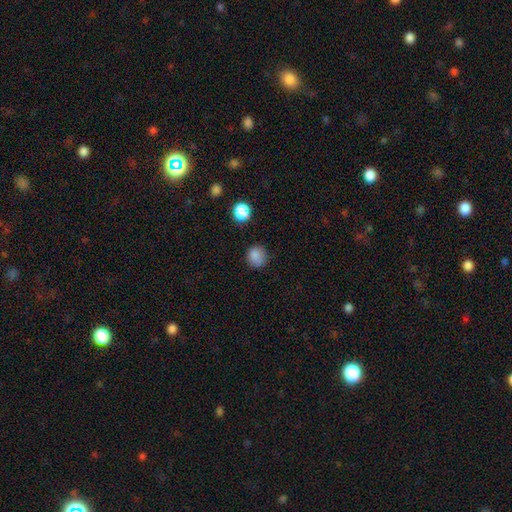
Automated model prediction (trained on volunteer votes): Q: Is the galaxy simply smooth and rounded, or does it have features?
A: smooth — 83%.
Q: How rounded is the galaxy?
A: round — 86%.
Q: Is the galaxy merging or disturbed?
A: none — 78%.